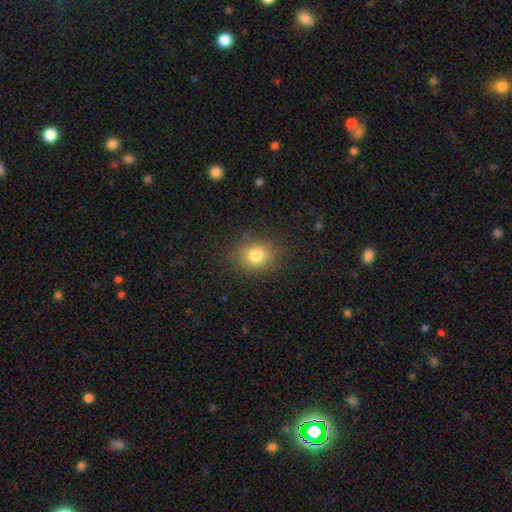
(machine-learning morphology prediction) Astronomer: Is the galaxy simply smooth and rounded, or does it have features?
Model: smooth — 79%.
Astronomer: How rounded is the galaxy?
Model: round — 61% (runner-up: in between, 38%).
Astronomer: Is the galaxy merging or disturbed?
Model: none — 84%.